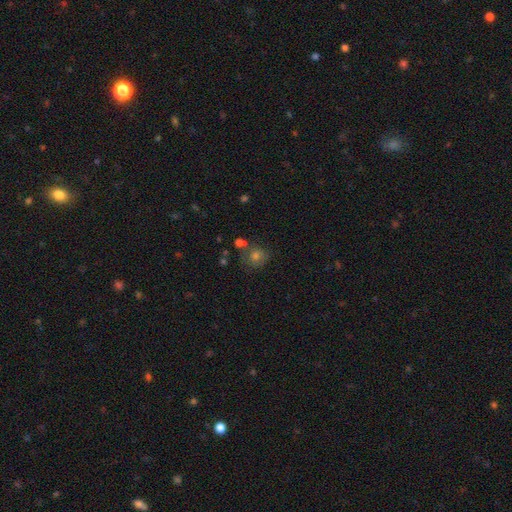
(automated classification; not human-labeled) smooth_or_featured: smooth (p=0.61) [alt: star or artifact p=0.23]
how_rounded: round (p=0.81) [alt: in between p=0.18]
merging: none (p=0.67) [alt: minor disturbance p=0.14]